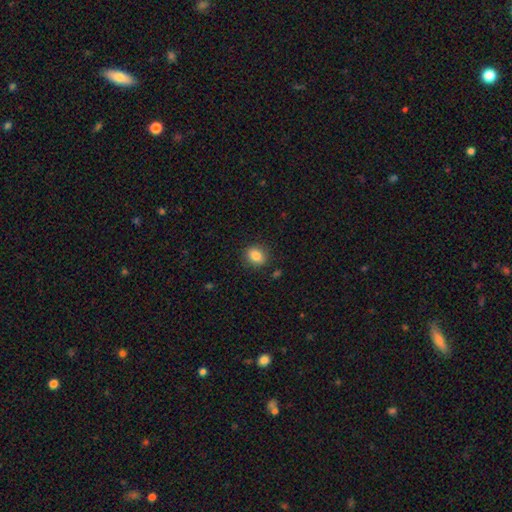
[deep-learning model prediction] This appears to be a smooth galaxy with no disk features (84%) that is round (54%). Merging: none (87%).